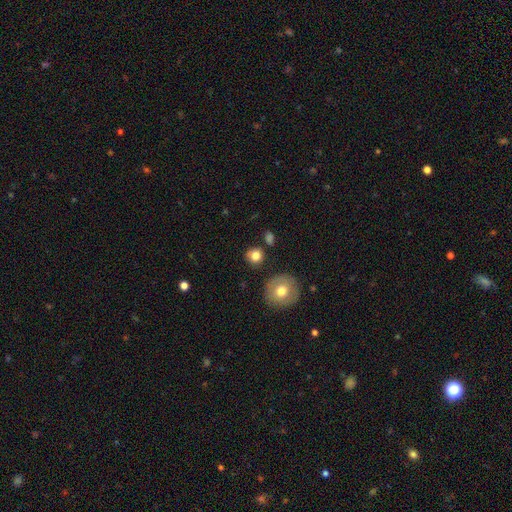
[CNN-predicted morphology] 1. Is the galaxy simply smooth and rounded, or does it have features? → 80% smooth, 11% star or artifact, 9% featured or disk.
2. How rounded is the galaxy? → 88% round, 11% in between, 1% cigar-shaped.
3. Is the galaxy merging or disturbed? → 84% none, 9% minor disturbance, 4% merger, 3% major disturbance.